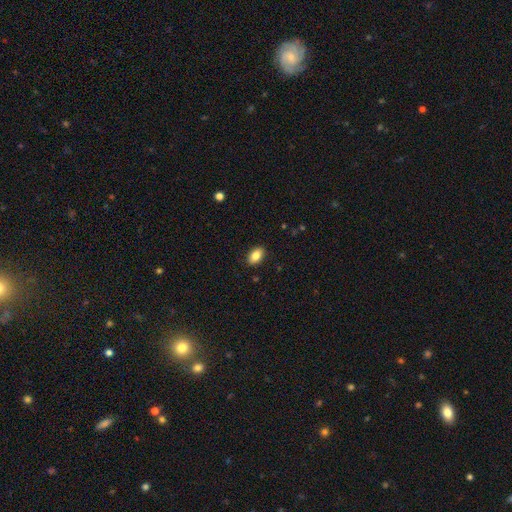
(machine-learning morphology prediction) Smooth or featured?
  - smooth: 85% *
  - star or artifact: 8%
  - featured or disk: 7%
How rounded?
  - in between: 90% *
  - round: 8%
  - cigar-shaped: 2%
Merging?
  - none: 89% *
  - minor disturbance: 8%
  - major disturbance: 2%
  - merger: 1%